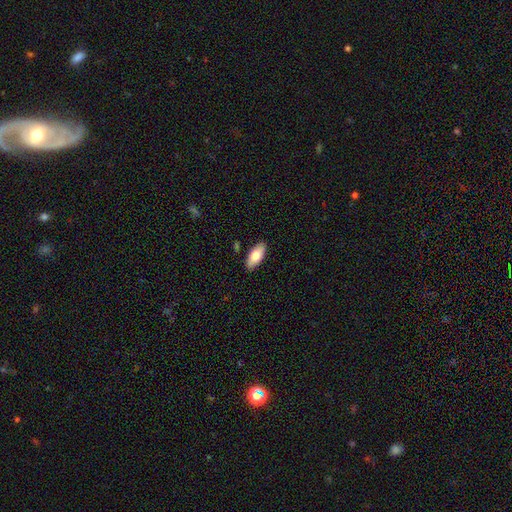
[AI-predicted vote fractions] smooth 77%, featured or disk 17%, star or artifact 6%. Down the decision tree: how rounded — in between (89%); merging — none (88%).